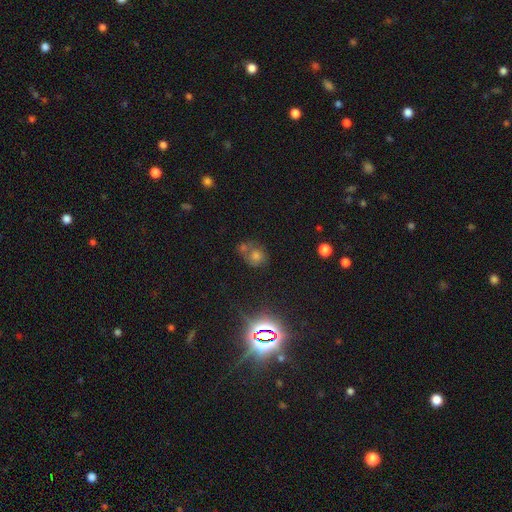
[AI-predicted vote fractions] Smooth or featured? Predicted: smooth (p=0.51). How rounded? Predicted: round (p=0.69). Merging? Predicted: none (p=0.42).